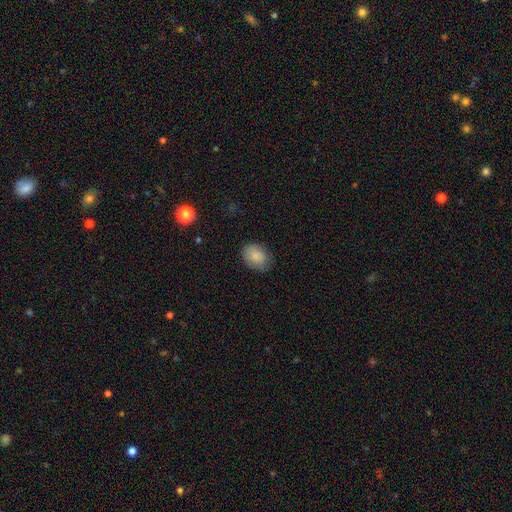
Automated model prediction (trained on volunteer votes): smooth 85%, featured or disk 8%, star or artifact 7%. Down the decision tree: how rounded — in between (68%); merging — none (75%).